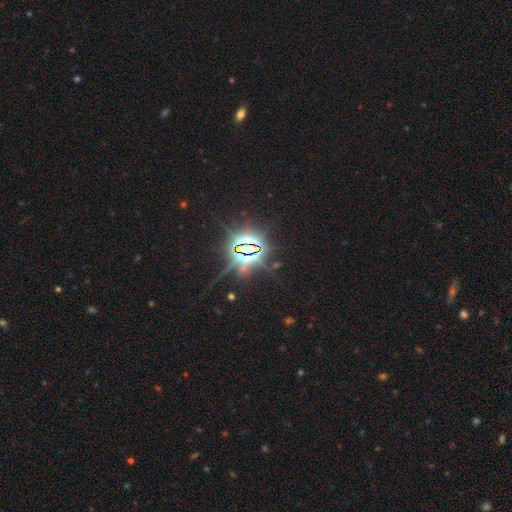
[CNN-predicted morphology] type=star or artifact (86%).